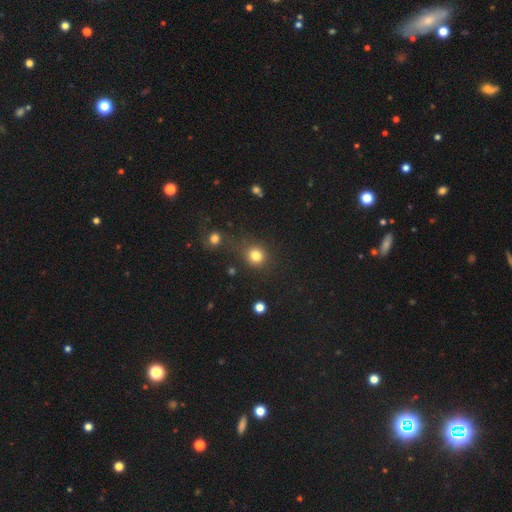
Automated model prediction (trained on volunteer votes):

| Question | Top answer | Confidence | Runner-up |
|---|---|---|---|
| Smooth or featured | smooth | 81% | star or artifact (14%) |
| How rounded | round | 89% | in between (10%) |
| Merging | none | 76% | minor disturbance (10%) |